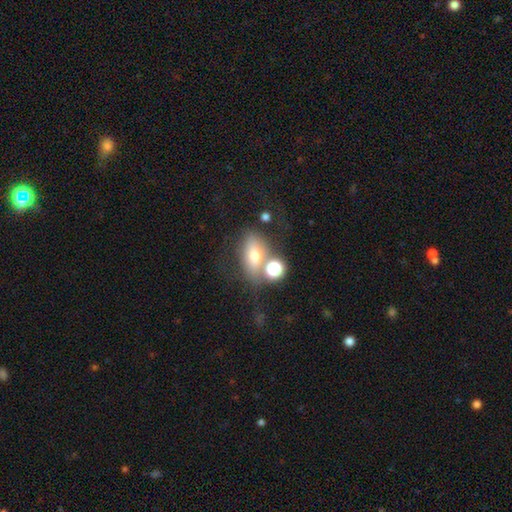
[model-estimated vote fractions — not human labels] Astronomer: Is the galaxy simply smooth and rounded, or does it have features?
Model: smooth — 60%.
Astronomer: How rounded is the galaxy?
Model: in between — 73%.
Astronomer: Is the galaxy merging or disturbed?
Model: none — 42% (runner-up: merger, 30%).